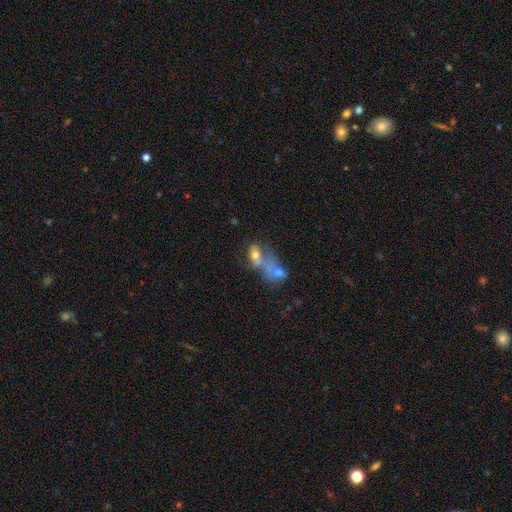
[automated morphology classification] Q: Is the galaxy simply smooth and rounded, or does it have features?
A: smooth — 43%.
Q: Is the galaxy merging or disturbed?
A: merger — 60%.